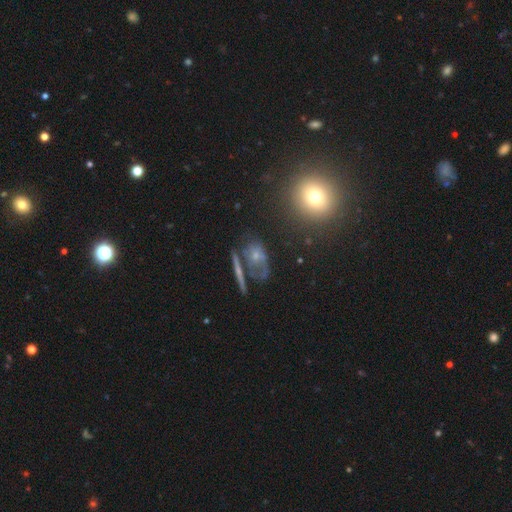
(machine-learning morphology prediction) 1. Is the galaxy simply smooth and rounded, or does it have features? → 47% featured or disk, 28% smooth, 25% star or artifact.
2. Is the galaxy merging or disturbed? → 57% none, 16% minor disturbance, 14% major disturbance, 14% merger.